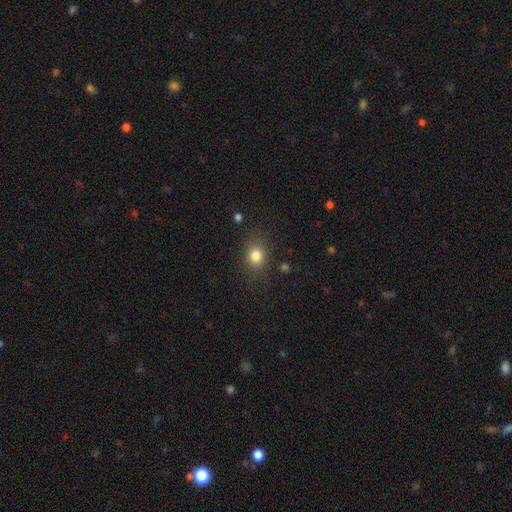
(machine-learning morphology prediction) A smooth galaxy with no disk features (81%) that is round (58%).

Vote fractions:
- Smooth or featured? smooth: 81% / star or artifact: 12% / featured or disk: 7%
- How rounded? round: 58% / in between: 41% / cigar-shaped: 1%
- Merging? none: 81% / minor disturbance: 13% / major disturbance: 5% / merger: 2%